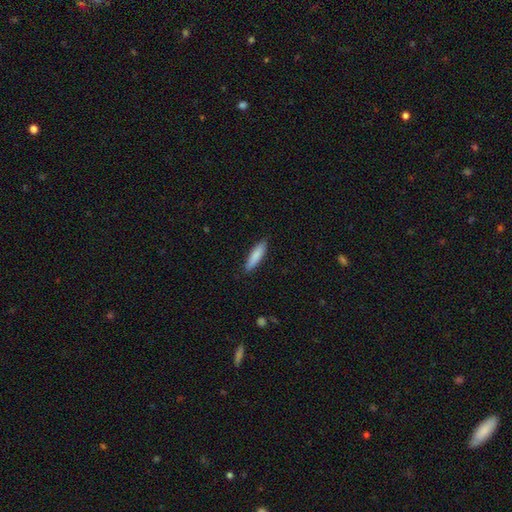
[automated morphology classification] Smooth or featured: smooth — 85% (featured or disk — 10%)
How rounded: cigar-shaped — 71% (in between — 27%)
Merging: none — 87% (minor disturbance — 10%)